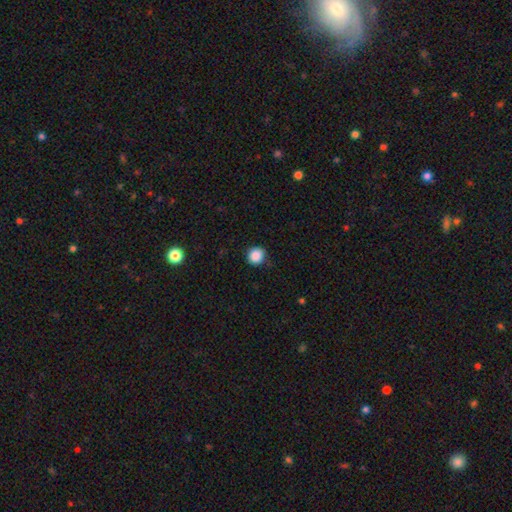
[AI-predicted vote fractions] A smooth galaxy with no disk features (88%) that is round (93%). Merging: none (86%).